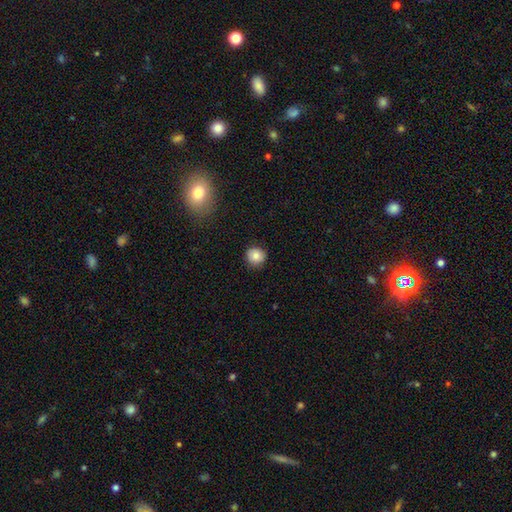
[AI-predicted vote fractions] A smooth galaxy with no disk features (83%) that is round (92%). Merging: none (88%).